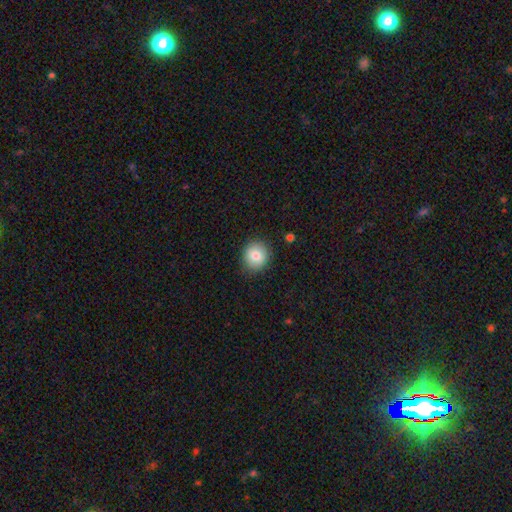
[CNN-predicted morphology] smooth-or-featured: smooth: 82% | featured or disk: 9% | star or artifact: 9%
  how-rounded: round: 82% | in between: 17% | cigar-shaped: 1%
  merging: none: 87% | minor disturbance: 9% | major disturbance: 2% | merger: 1%